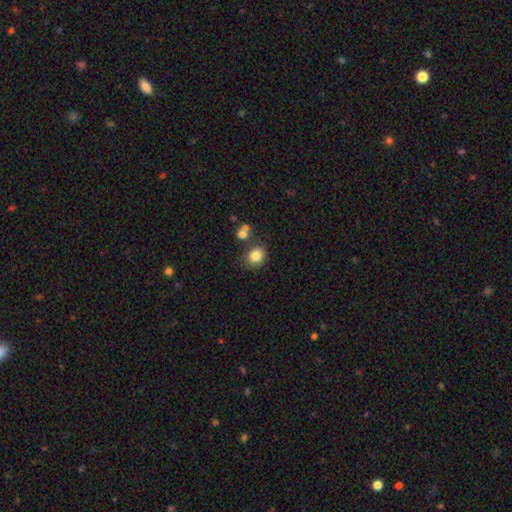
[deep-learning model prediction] This appears to be a smooth galaxy with no disk features (84%) that is round (55%). Merging: none (70%).